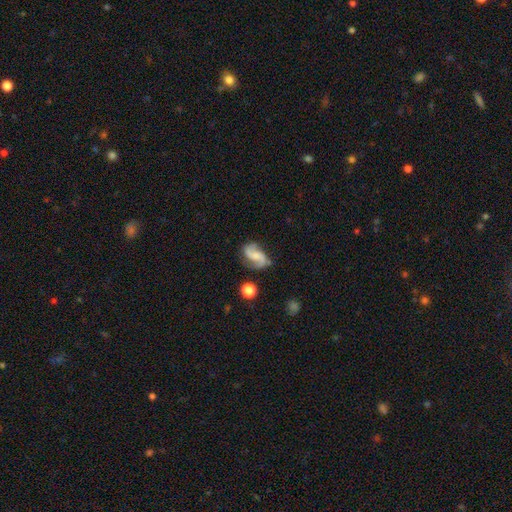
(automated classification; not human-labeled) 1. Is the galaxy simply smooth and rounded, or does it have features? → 77% featured or disk, 16% smooth, 7% star or artifact.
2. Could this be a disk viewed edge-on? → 97% no, 3% yes.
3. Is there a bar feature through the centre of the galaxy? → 48% no, 38% weak, 13% strong.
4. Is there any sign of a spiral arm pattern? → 96% yes, 4% no.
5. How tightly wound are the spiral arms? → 53% loose, 36% medium, 11% tight.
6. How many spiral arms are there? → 91% 2, 3% can't tell, 3% 1, 2% 3, 1% 4, 1% more than 4.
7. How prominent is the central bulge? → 37% small, 32% none, 24% moderate, 5% large, 2% dominant.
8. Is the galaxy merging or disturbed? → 70% none, 18% minor disturbance, 8% major disturbance, 4% merger.